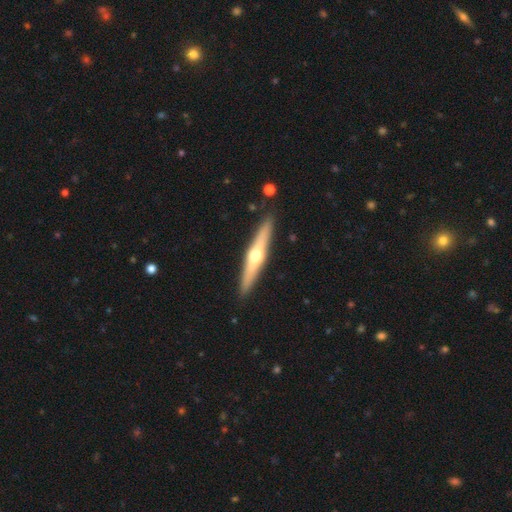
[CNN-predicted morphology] featured or disk 61%, smooth 33%, star or artifact 5%. Down the decision tree: edge-on disk — yes (95%); edge-on bulge — rounded (91%); merging — none (90%).